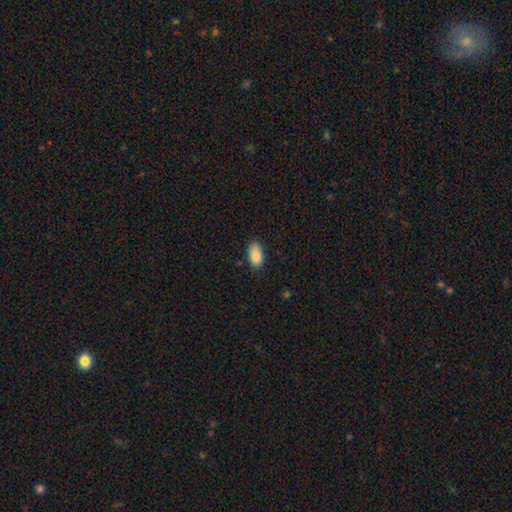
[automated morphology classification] Smooth or featured? Predicted: smooth (p=0.89). How rounded? Predicted: in between (p=0.94). Merging? Predicted: none (p=0.80).